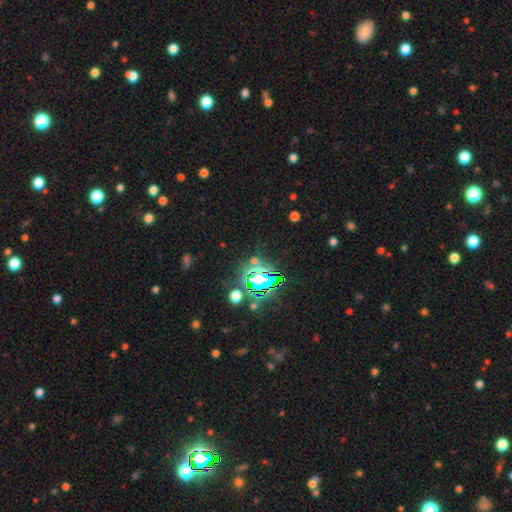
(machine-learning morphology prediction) Smooth or featured? star or artifact (83%)